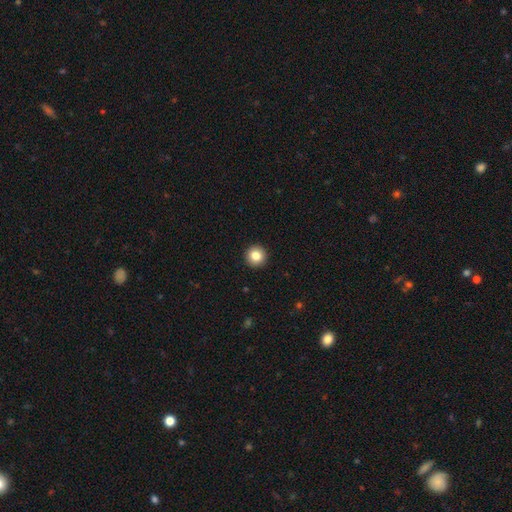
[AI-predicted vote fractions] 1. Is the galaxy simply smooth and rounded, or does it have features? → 84% smooth, 10% star or artifact, 7% featured or disk.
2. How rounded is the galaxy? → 96% round, 3% in between, 1% cigar-shaped.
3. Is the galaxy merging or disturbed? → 94% none, 4% minor disturbance, 1% major disturbance, 1% merger.